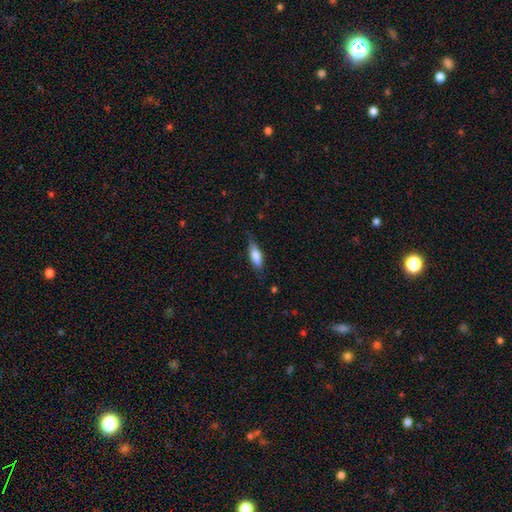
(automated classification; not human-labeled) Q: Smooth or featured?
A: smooth (76%); runner-up: featured or disk (17%)
Q: How rounded?
A: in between (61%); runner-up: cigar-shaped (37%)
Q: Merging?
A: none (70%); runner-up: minor disturbance (23%)